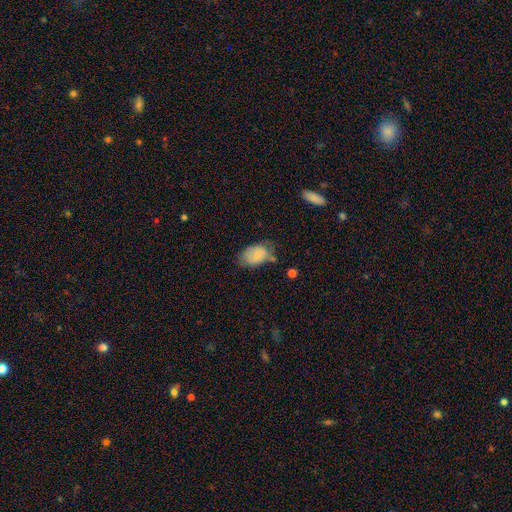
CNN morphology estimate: Smooth or featured?
  - smooth: 77% *
  - featured or disk: 16%
  - star or artifact: 8%
How rounded?
  - in between: 86% *
  - round: 13%
  - cigar-shaped: 1%
Merging?
  - none: 49% *
  - minor disturbance: 34%
  - major disturbance: 11%
  - merger: 6%